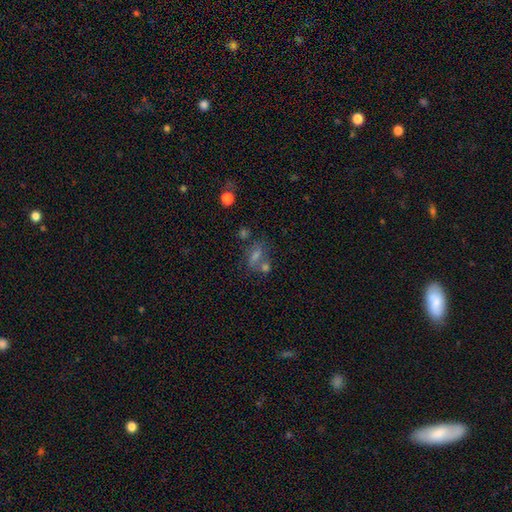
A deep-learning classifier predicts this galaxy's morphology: smooth-or-featured: smooth: 45% | star or artifact: 30% | featured or disk: 25%
  merging: none: 53% | merger: 25% | minor disturbance: 14% | major disturbance: 8%